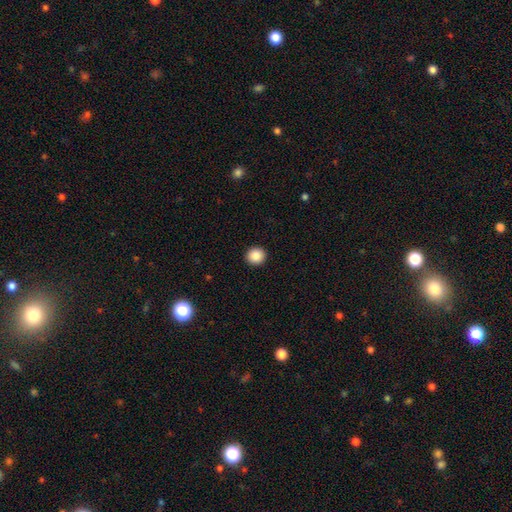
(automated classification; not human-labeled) smooth 87%, star or artifact 9%, featured or disk 4%. Down the decision tree: how rounded — round (91%); merging — none (93%).